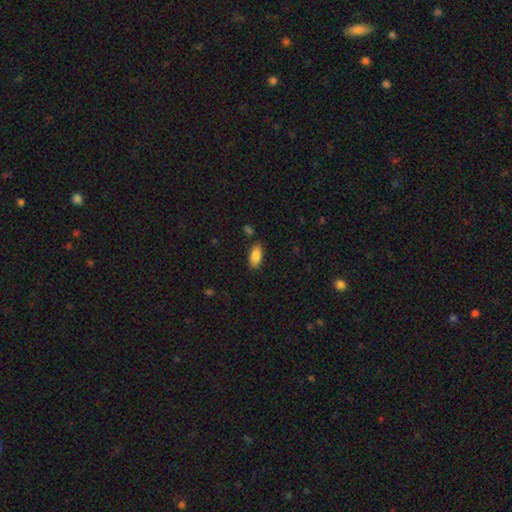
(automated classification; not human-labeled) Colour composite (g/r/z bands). It shows a smooth galaxy with no disk features (86%) that is in between round and cigar-shaped (90%). Merging: none (81%).